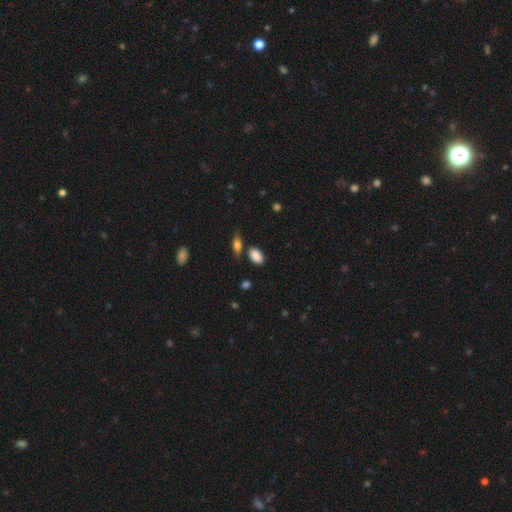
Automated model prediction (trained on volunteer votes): Morphology: type=smooth (87%); roundness=in between (89%); merging=none (71%).